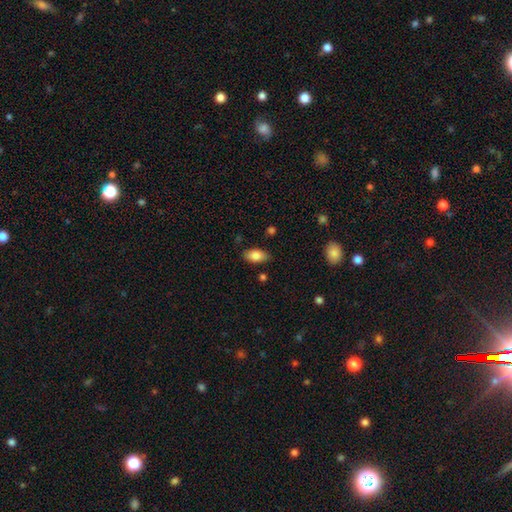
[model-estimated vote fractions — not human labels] The model was most divided on "merging": none: 82%, minor disturbance: 13%, major disturbance: 3%, merger: 2%. More confident: how rounded — in between (92%); smooth or featured — smooth (84%).